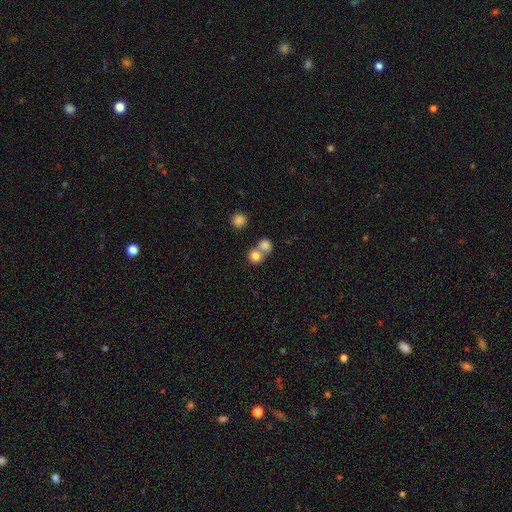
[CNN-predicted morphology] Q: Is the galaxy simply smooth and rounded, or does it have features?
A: smooth — 80%.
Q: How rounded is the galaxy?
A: round — 84%.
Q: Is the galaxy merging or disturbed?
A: merger — 52%.